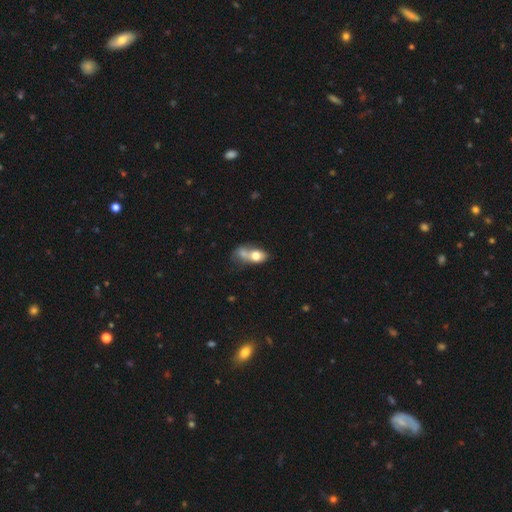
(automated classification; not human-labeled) Morphology: type=smooth (70%); roundness=in between (70%); merging=merger (64%).